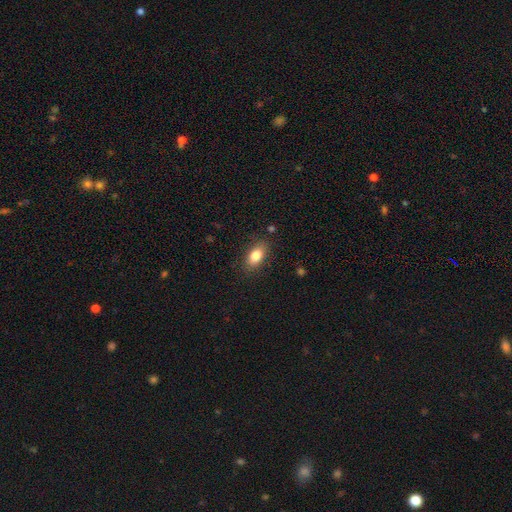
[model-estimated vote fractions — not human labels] Overall: smooth (83%). How rounded: in between (88%). Merging: none (85%).